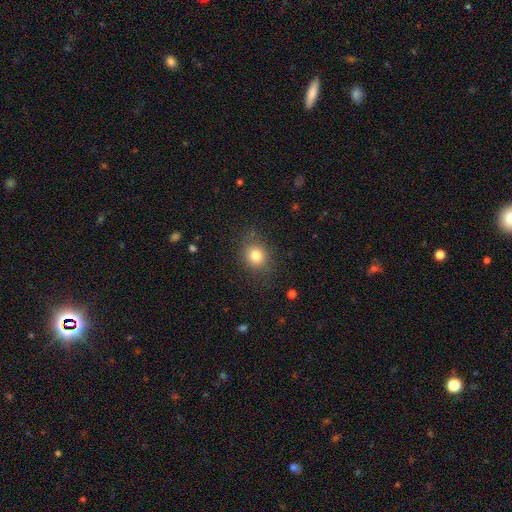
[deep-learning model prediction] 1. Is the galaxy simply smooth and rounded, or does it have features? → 81% smooth, 12% star or artifact, 8% featured or disk.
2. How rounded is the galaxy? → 73% round, 26% in between, 1% cigar-shaped.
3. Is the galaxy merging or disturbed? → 82% none, 12% minor disturbance, 4% major disturbance, 1% merger.